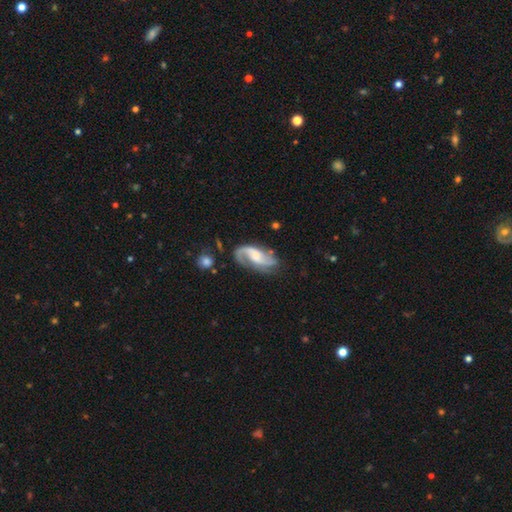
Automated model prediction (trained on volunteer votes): Smooth or featured? featured or disk (83%)
Edge-on disk? no (96%)
Bar? no (44%)
Spiral arms? yes (96%)
Spiral winding? loose (45%)
Spiral arm count? 2 (79%)
Bulge size? moderate (35%)
Merging? none (59%)